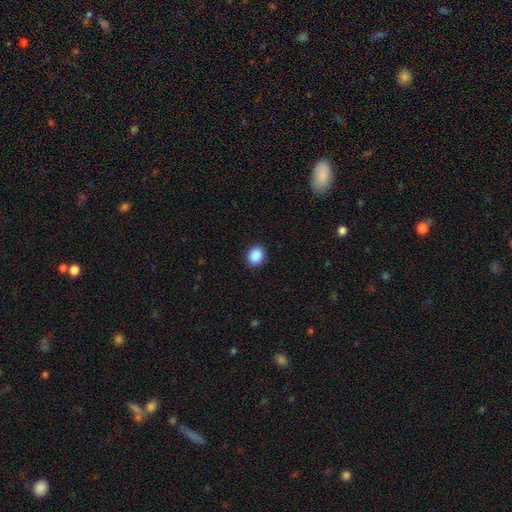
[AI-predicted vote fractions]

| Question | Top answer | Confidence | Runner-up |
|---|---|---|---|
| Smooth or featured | smooth | 89% | star or artifact (8%) |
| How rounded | round | 56% | in between (43%) |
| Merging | none | 91% | minor disturbance (7%) |